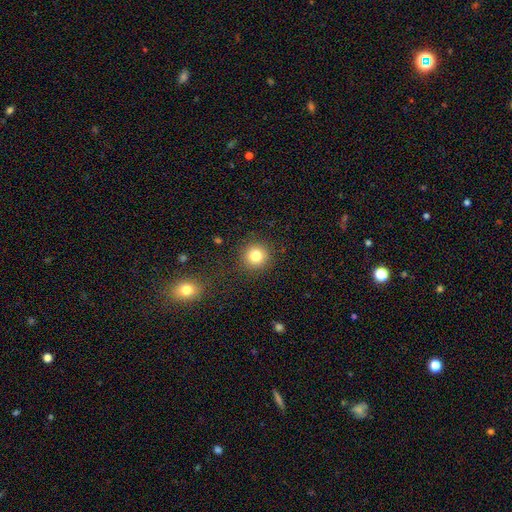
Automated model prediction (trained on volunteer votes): Morphology: type=smooth (81%); roundness=round (94%); merging=none (88%).